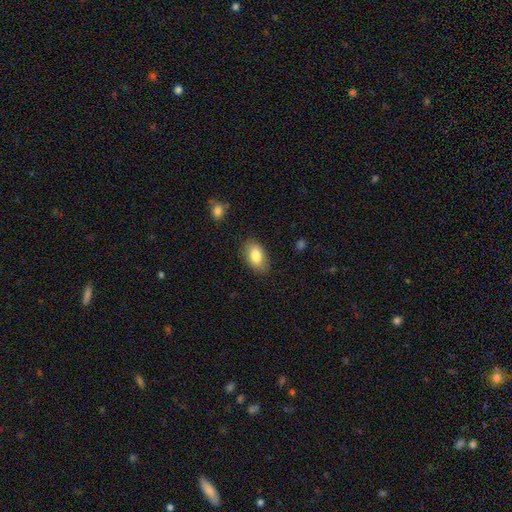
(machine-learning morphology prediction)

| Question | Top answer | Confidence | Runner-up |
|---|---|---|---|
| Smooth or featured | smooth | 82% | featured or disk (11%) |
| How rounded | in between | 91% | round (7%) |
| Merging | none | 83% | minor disturbance (13%) |